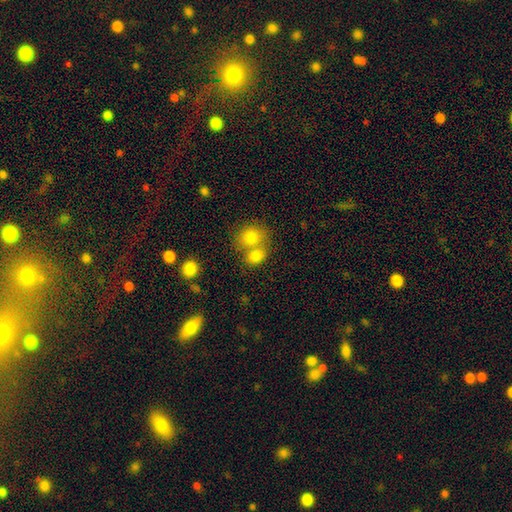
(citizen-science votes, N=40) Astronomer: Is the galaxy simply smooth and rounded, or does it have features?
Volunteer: smooth — 85%.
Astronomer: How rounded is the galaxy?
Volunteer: in between — 53% (runner-up: round, 47%).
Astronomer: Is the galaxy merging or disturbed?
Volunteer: none — 49% (runner-up: merger, 40%).